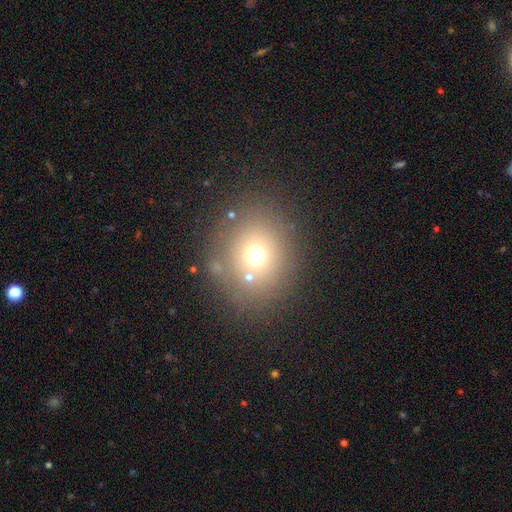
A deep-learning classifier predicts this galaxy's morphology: Smooth or featured?
  - smooth: 66% *
  - star or artifact: 22%
  - featured or disk: 12%
How rounded?
  - round: 84% *
  - in between: 15%
  - cigar-shaped: 1%
Merging?
  - none: 80% *
  - minor disturbance: 9%
  - major disturbance: 6%
  - merger: 5%